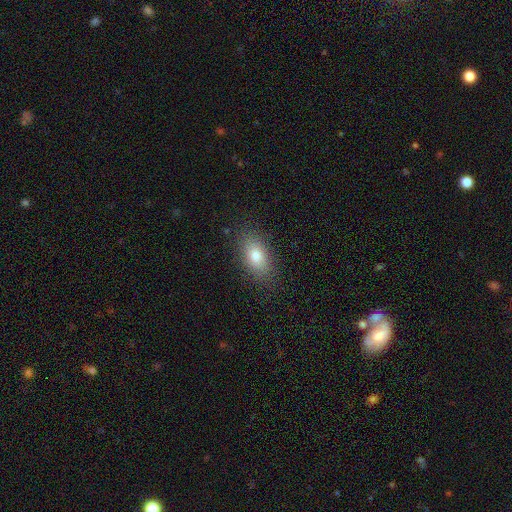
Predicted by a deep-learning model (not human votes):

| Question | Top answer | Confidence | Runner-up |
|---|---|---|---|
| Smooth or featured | smooth | 79% | featured or disk (12%) |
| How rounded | in between | 87% | round (8%) |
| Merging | none | 85% | minor disturbance (11%) |